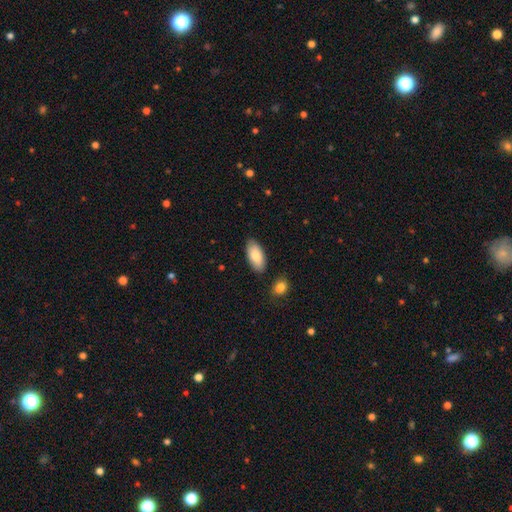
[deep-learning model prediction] A smooth galaxy with no disk features (85%) that is in between round and cigar-shaped (92%). Merging: none (84%).